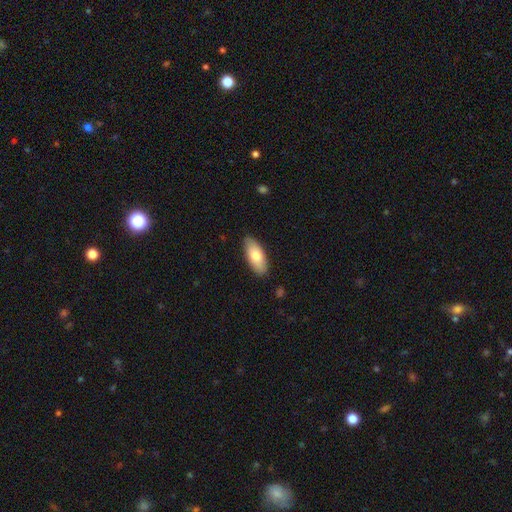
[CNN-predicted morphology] type=smooth (72%); roundness=in between (88%); merging=none (84%).